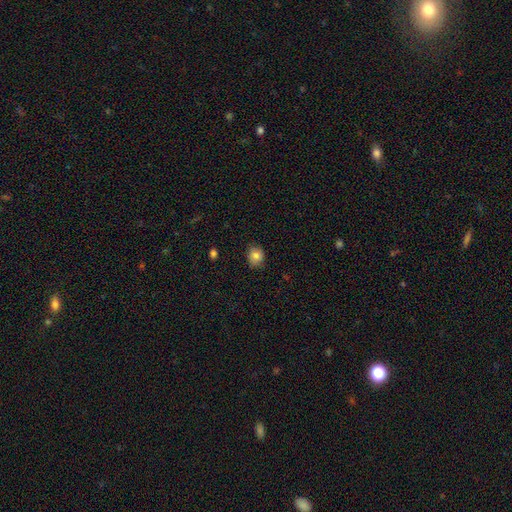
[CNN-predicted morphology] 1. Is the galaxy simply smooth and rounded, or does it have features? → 80% smooth, 10% star or artifact, 10% featured or disk.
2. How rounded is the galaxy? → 72% round, 27% in between, 1% cigar-shaped.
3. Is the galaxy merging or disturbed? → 79% none, 17% minor disturbance, 3% major disturbance, 1% merger.